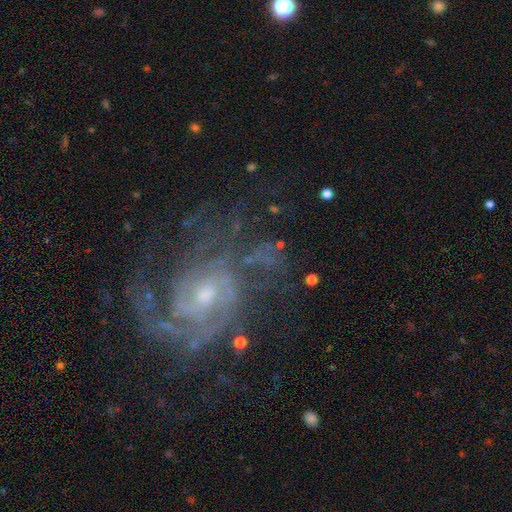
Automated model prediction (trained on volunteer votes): Smooth or featured?
  - featured or disk: 86% *
  - star or artifact: 9%
  - smooth: 5%
Edge-on disk?
  - no: 97% *
  - yes: 3%
Bar?
  - no: 57% *
  - weak: 35%
  - strong: 8%
Spiral arms?
  - yes: 96% *
  - no: 4%
Spiral winding?
  - tight: 48% *
  - medium: 40%
  - loose: 11%
Spiral arm count?
  - can't tell: 28% *
  - 2: 26%
  - 3: 20%
  - 4: 11%
  - more than 4: 8%
  - 1: 8%
Bulge size?
  - small: 57% *
  - moderate: 37%
  - none: 2%
  - large: 2%
  - dominant: 1%
Merging?
  - none: 65% *
  - minor disturbance: 17%
  - major disturbance: 16%
  - merger: 2%